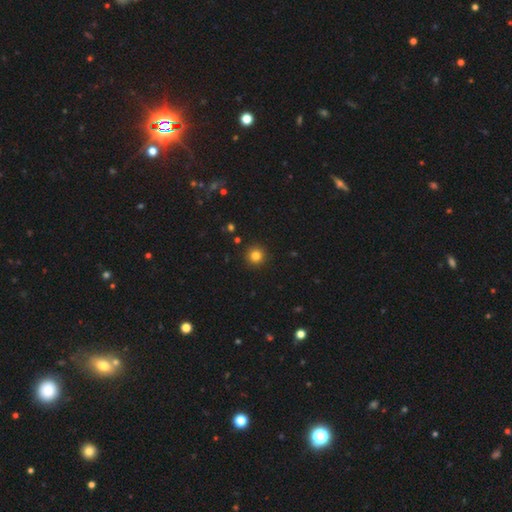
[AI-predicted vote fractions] This appears to be a smooth galaxy with no disk features (83%) that is round (95%). Merging: none (92%).